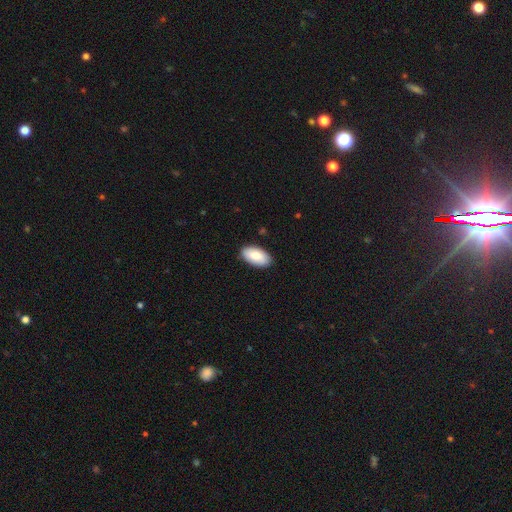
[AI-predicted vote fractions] The model was most divided on "smooth or featured": smooth: 84%, featured or disk: 10%, star or artifact: 6%. More confident: how rounded — in between (96%); merging — none (88%).